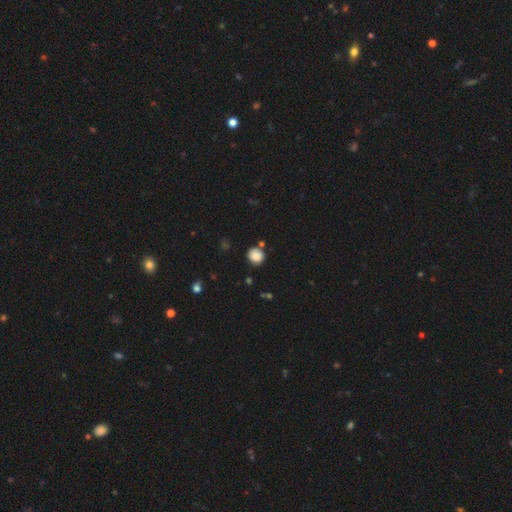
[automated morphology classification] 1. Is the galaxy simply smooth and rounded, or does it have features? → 86% smooth, 10% star or artifact, 4% featured or disk.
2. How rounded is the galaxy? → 83% round, 16% in between, 1% cigar-shaped.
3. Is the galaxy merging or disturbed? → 75% none, 13% minor disturbance, 8% merger, 3% major disturbance.